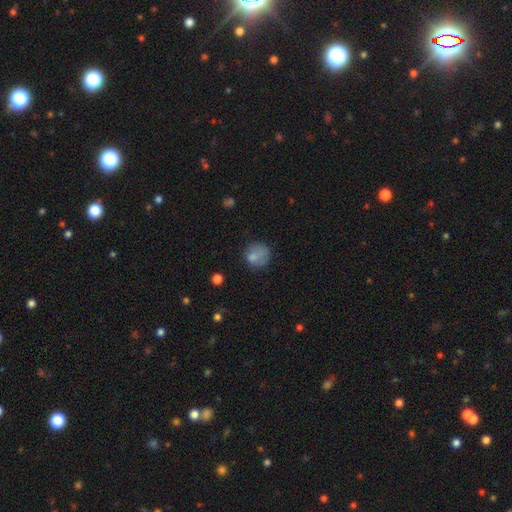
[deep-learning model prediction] Smooth or featured? Predicted: smooth (p=0.77). How rounded? Predicted: round (p=0.78). Merging? Predicted: none (p=0.54).